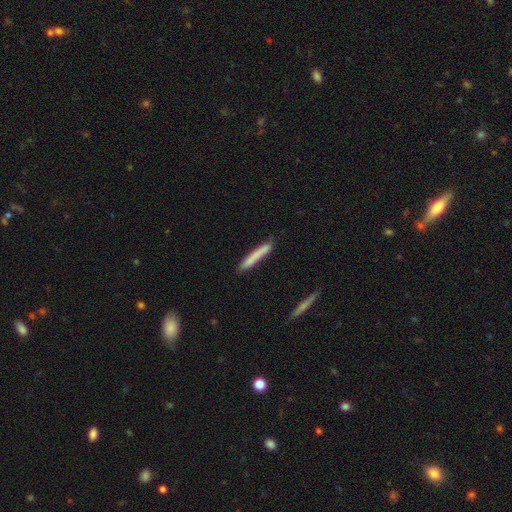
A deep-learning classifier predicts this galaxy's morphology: Smooth or featured: smooth — 75% (featured or disk — 19%)
How rounded: cigar-shaped — 95% (in between — 4%)
Merging: none — 81% (minor disturbance — 14%)